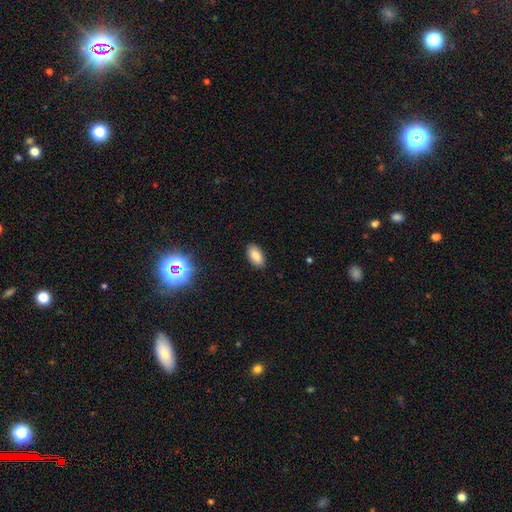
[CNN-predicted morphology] Smooth or featured? smooth (83%)
How rounded? in between (93%)
Merging? none (88%)